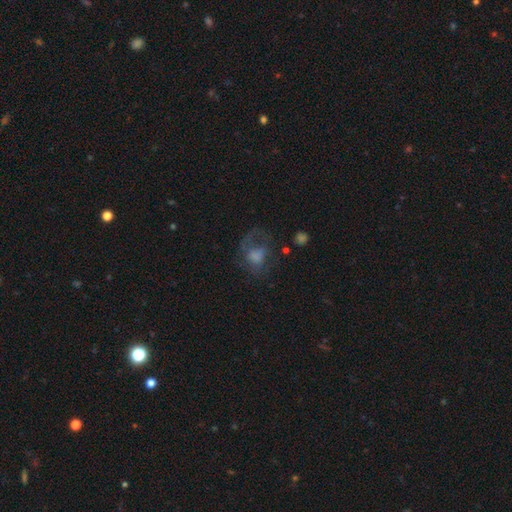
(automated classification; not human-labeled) A featured or disk galaxy (47%).

Vote fractions:
- Smooth or featured? featured or disk: 47% / smooth: 35% / star or artifact: 17%
- Merging? none: 42% / major disturbance: 36% / minor disturbance: 18% / merger: 3%